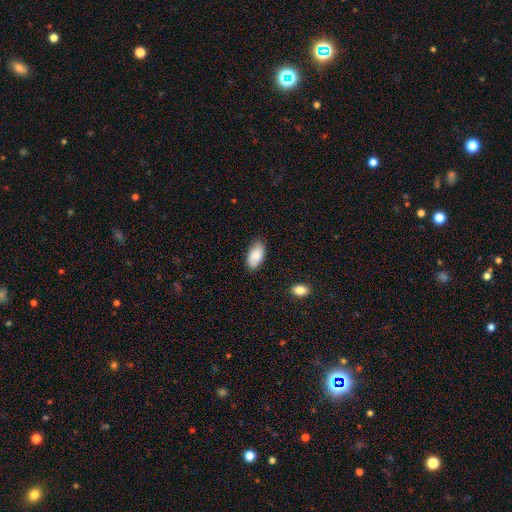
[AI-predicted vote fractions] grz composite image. It shows a smooth galaxy with no disk features (82%) that is in between round and cigar-shaped (95%). Merging: none (79%).